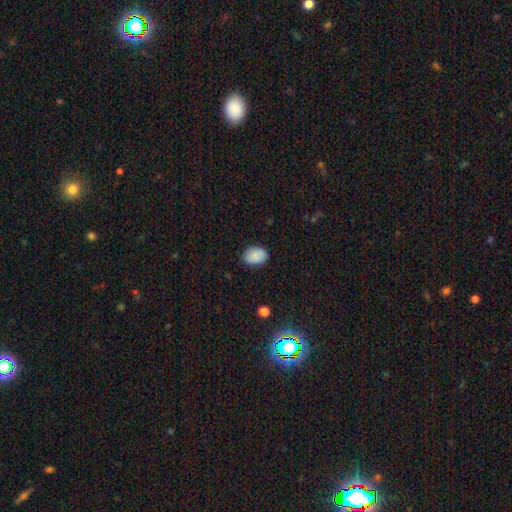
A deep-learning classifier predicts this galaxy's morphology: This appears to be a smooth galaxy with no disk features (88%) that is in between round and cigar-shaped (76%). Merging: none (82%).